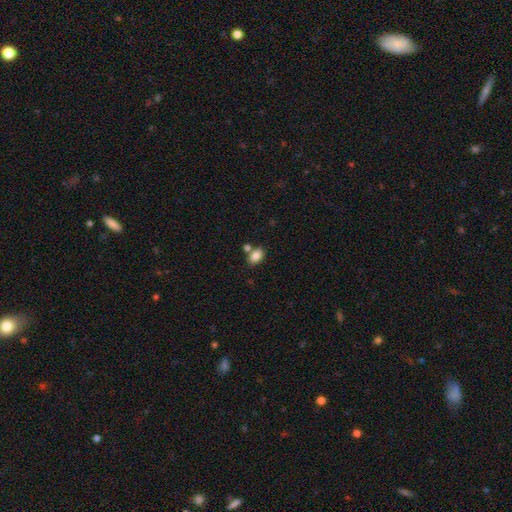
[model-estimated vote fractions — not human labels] smooth 84%, star or artifact 9%, featured or disk 7%. Down the decision tree: how rounded — in between (88%); merging — none (62%).